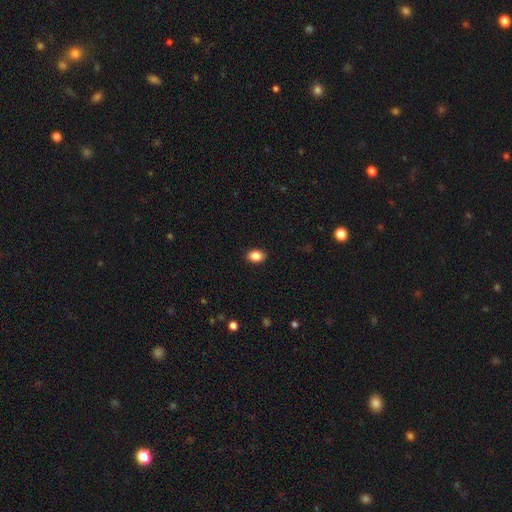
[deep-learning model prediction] smooth 87%, star or artifact 9%, featured or disk 4%. Down the decision tree: how rounded — in between (77%); merging — none (90%).